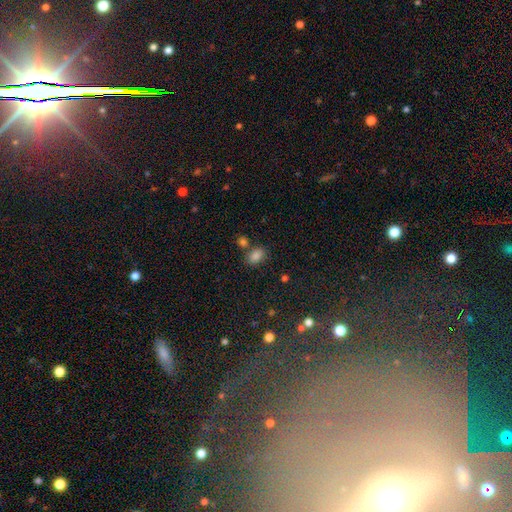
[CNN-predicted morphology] Smooth or featured? Predicted: smooth (p=0.84). How rounded? Predicted: in between (p=0.83). Merging? Predicted: none (p=0.68).